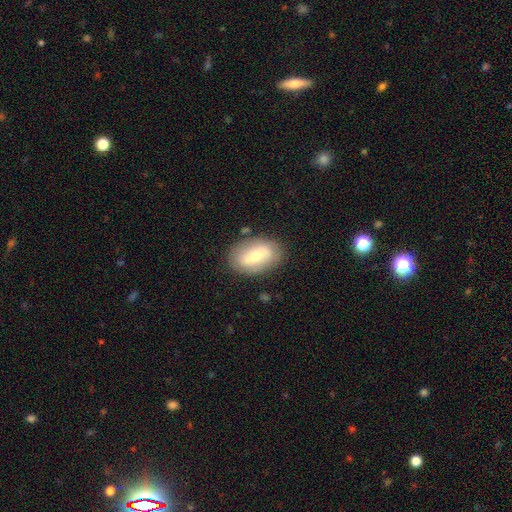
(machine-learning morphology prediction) smooth_or_featured: smooth (p=0.51) [alt: featured or disk p=0.42]
how_rounded: in between (p=0.88) [alt: round p=0.10]
merging: none (p=0.83) [alt: minor disturbance p=0.12]